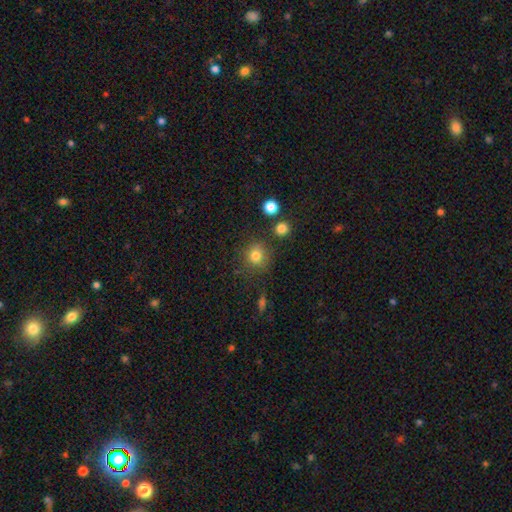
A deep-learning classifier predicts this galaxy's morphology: smooth_or_featured: smooth (p=0.80) [alt: star or artifact p=0.13]
how_rounded: round (p=0.90) [alt: in between p=0.09]
merging: none (p=0.81) [alt: minor disturbance p=0.11]